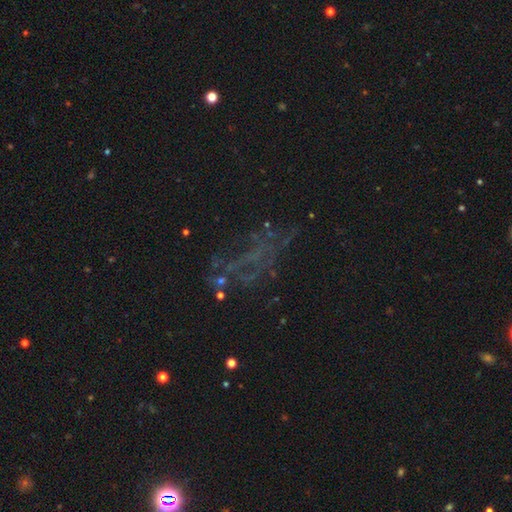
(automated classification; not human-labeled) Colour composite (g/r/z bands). It shows a star or artifact, not a galaxy (43%).